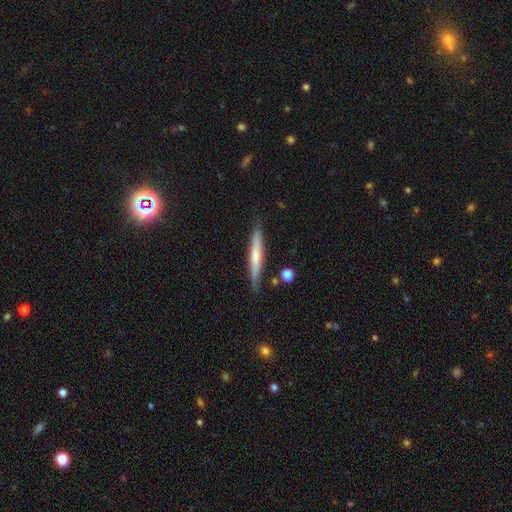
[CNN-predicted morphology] type=smooth (53%); roundness=cigar-shaped (94%); merging=none (84%).